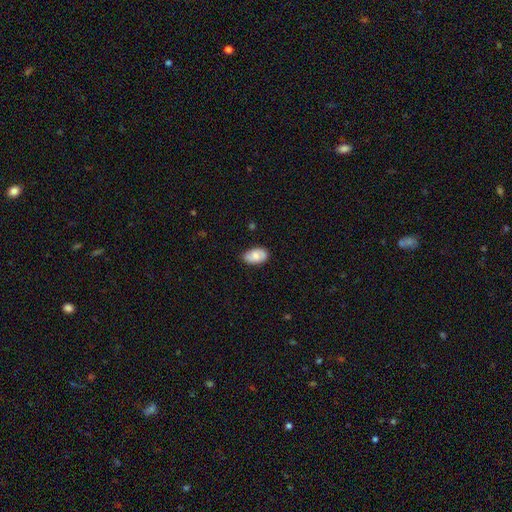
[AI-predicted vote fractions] A smooth galaxy with no disk features (73%) that is in between round and cigar-shaped (92%).

Vote fractions:
- Smooth or featured? smooth: 73% / featured or disk: 20% / star or artifact: 7%
- How rounded? in between: 92% / round: 6% / cigar-shaped: 1%
- Merging? none: 80% / minor disturbance: 17% / major disturbance: 3% / merger: 1%